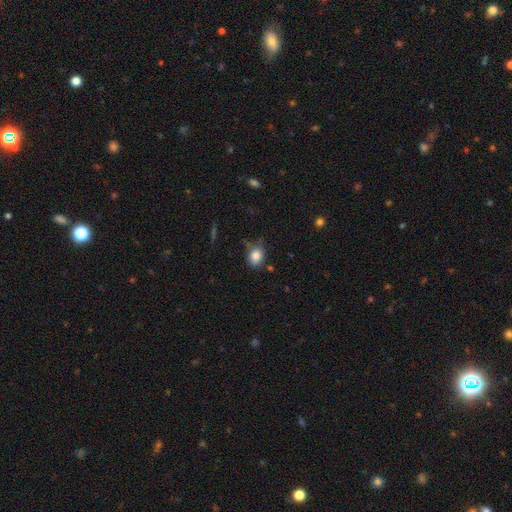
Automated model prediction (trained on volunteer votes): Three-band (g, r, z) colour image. It shows a smooth galaxy with no disk features (84%) that is round (53%). Merging: none (69%).